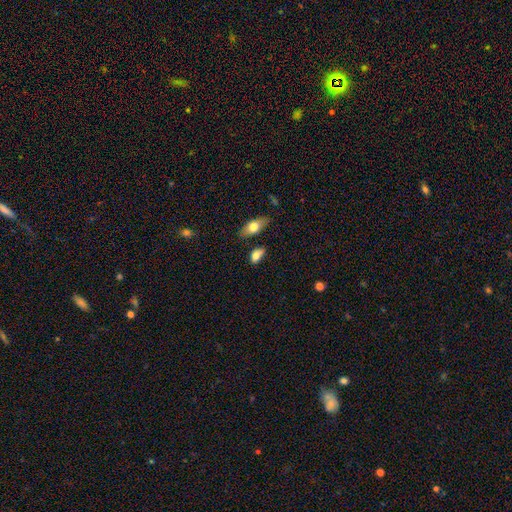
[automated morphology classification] Q: Smooth or featured?
A: smooth (79%); runner-up: featured or disk (12%)
Q: How rounded?
A: in between (83%); runner-up: round (11%)
Q: Merging?
A: none (69%); runner-up: minor disturbance (18%)